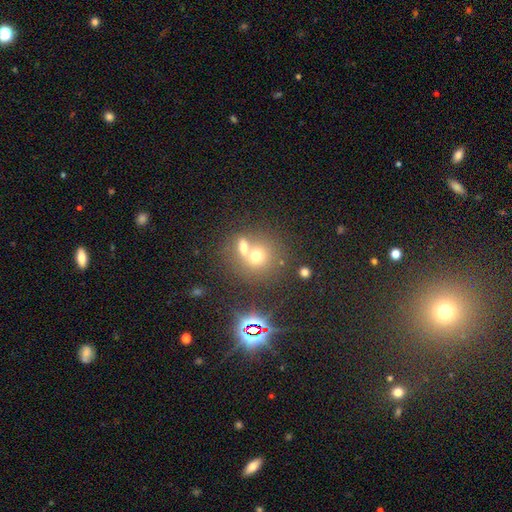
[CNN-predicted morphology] Q: Smooth or featured?
A: smooth (59%); runner-up: star or artifact (23%)
Q: How rounded?
A: round (78%); runner-up: in between (21%)
Q: Merging?
A: merger (55%); runner-up: none (35%)